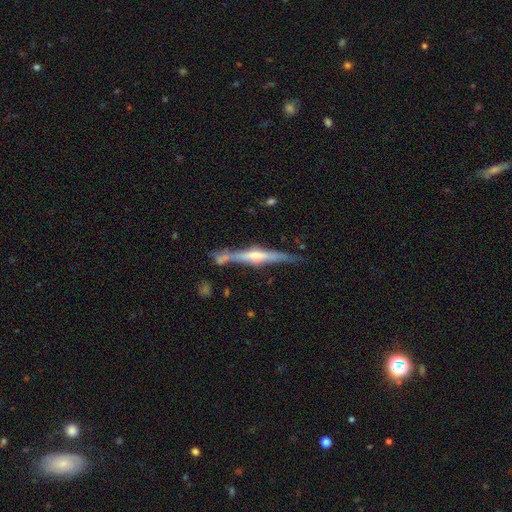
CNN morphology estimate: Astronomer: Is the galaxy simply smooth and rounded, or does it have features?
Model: featured or disk — 83%.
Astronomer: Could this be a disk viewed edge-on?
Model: yes — 98%.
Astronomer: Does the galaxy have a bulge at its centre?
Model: rounded — 79%.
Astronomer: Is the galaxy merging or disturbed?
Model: none — 78%.